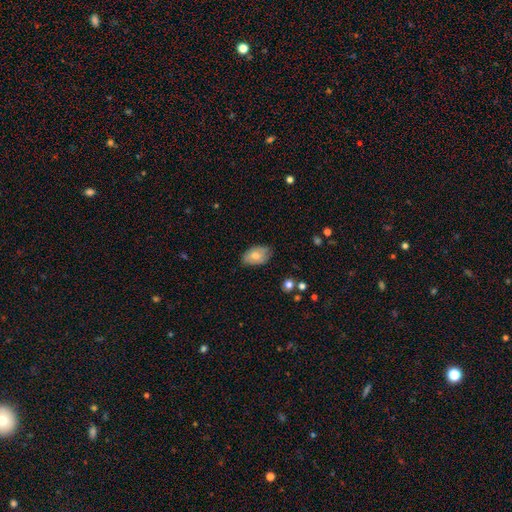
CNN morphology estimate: Smooth or featured?
  - smooth: 72% *
  - featured or disk: 21%
  - star or artifact: 7%
How rounded?
  - in between: 90% *
  - round: 8%
  - cigar-shaped: 1%
Merging?
  - none: 71% *
  - minor disturbance: 24%
  - major disturbance: 4%
  - merger: 1%